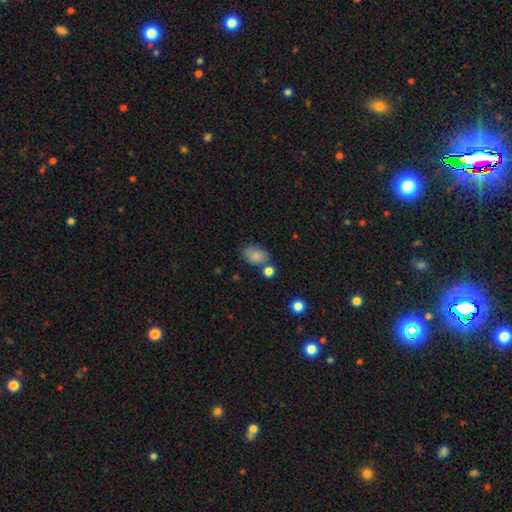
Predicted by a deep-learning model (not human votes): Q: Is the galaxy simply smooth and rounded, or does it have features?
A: smooth — 81%.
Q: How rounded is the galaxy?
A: in between — 75%.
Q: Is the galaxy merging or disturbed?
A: none — 60%.